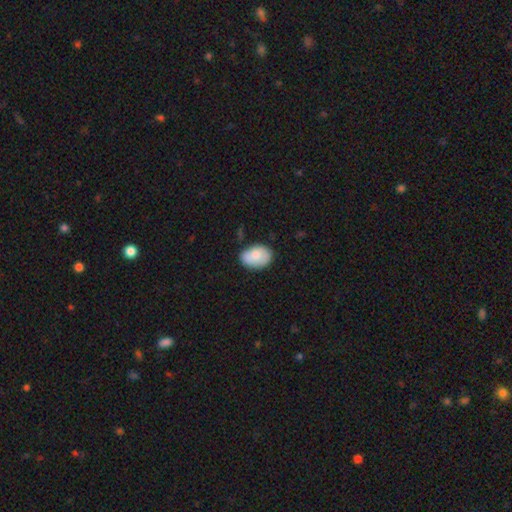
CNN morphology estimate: The model was most divided on "merging": none: 70%, minor disturbance: 22%, major disturbance: 4%, merger: 4%. More confident: how rounded — in between (83%); smooth or featured — smooth (78%).